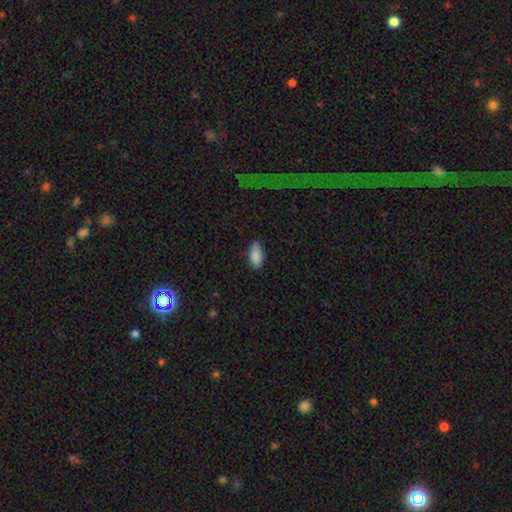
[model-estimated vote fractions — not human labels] This is clearly a smooth galaxy (88%). How rounded: clearly in between (88%). Merging: clearly none (80%).